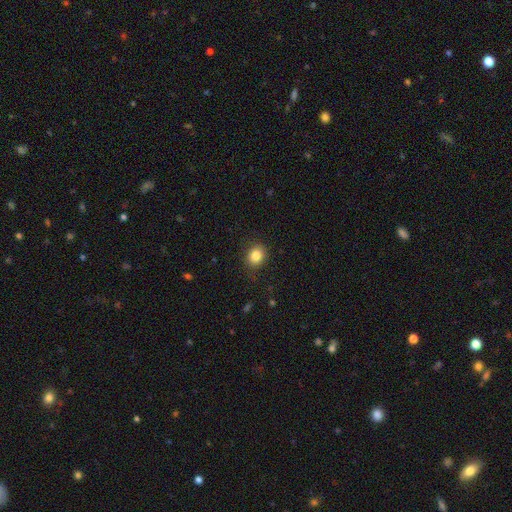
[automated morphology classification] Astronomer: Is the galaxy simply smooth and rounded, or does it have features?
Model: smooth — 85%.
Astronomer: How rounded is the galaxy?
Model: round — 66%.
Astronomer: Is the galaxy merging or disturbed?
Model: none — 83%.